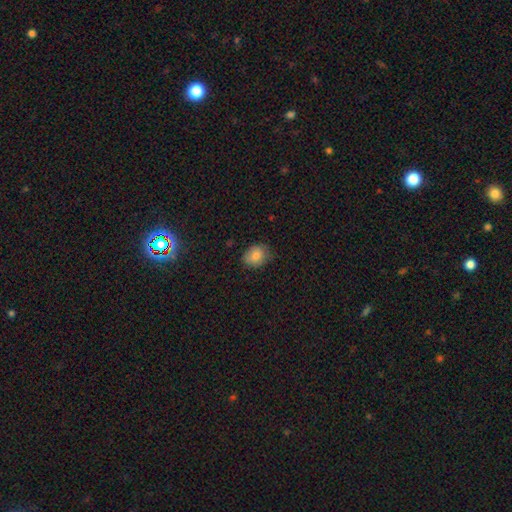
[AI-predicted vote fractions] This appears to be a smooth galaxy with no disk features (82%) that is round (52%). Merging: none (73%).